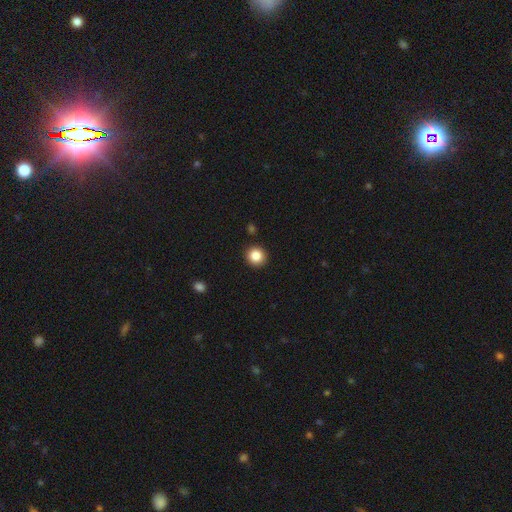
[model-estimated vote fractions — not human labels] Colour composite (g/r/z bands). It shows a smooth galaxy with no disk features (86%) that is round (92%). Merging: none (91%).